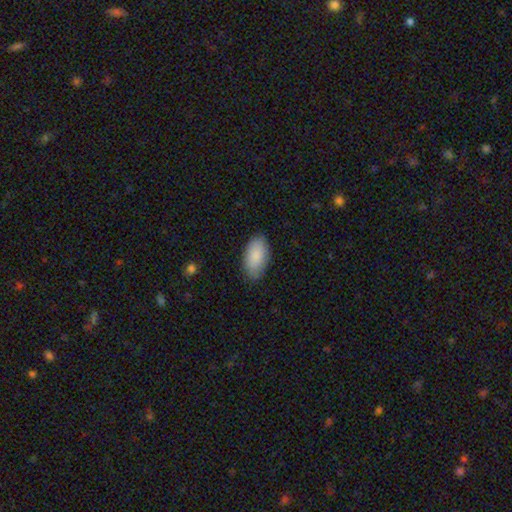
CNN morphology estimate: A smooth galaxy with no disk features (88%) that is in between round and cigar-shaped (95%).

Vote fractions:
- Smooth or featured? smooth: 88% / featured or disk: 6% / star or artifact: 6%
- How rounded? in between: 95% / cigar-shaped: 3% / round: 3%
- Merging? none: 84% / minor disturbance: 13% / major disturbance: 3% / merger: 1%